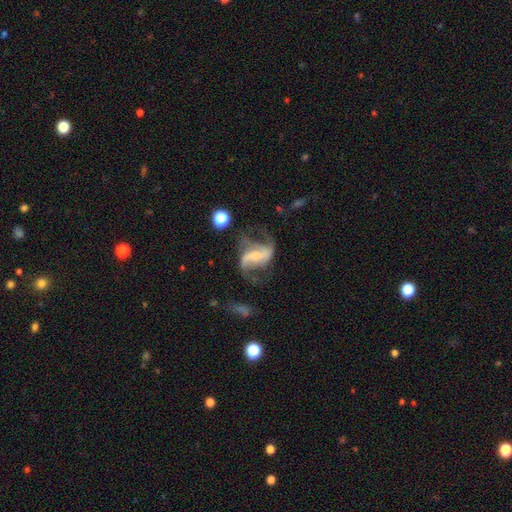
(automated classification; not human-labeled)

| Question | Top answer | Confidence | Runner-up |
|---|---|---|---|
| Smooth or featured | featured or disk | 86% | smooth (7%) |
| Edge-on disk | no | 97% | yes (3%) |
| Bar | weak | 39% | strong (36%) |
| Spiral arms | yes | 95% | no (5%) |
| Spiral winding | loose | 69% | medium (26%) |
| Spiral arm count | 2 | 85% | 3 (5%) |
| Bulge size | small | 54% | moderate (30%) |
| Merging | none | 54% | major disturbance (24%) |